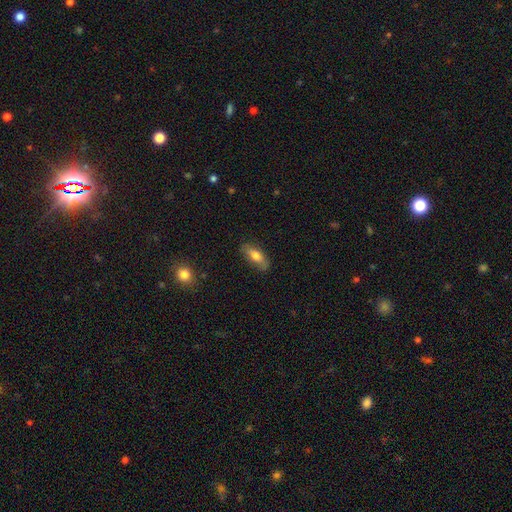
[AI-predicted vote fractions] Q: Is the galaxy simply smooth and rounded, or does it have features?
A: smooth — 70%.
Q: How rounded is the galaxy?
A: in between — 71%.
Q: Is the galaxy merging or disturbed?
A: none — 79%.